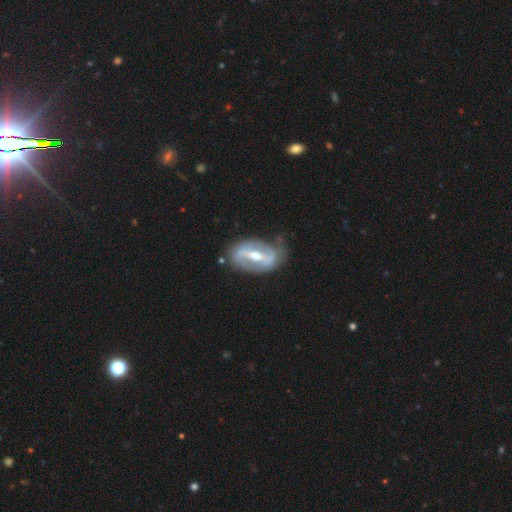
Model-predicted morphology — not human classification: featured or disk 83%, smooth 12%, star or artifact 5%. Down the decision tree: edge-on disk — no (90%); bar — strong (72%); spiral arms — yes (65%); bulge size — moderate (68%); merging — none (70%).